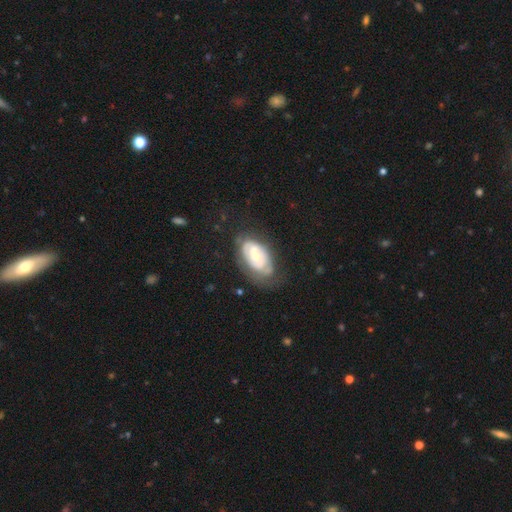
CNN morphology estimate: Smooth or featured: featured or disk — 66% (smooth — 28%)
Edge-on disk: no — 95% (yes — 5%)
Bar: no — 72% (weak — 23%)
Spiral arms: yes — 64% (no — 36%)
Bulge size: moderate — 51% (small — 42%)
Merging: none — 53% (minor disturbance — 28%)